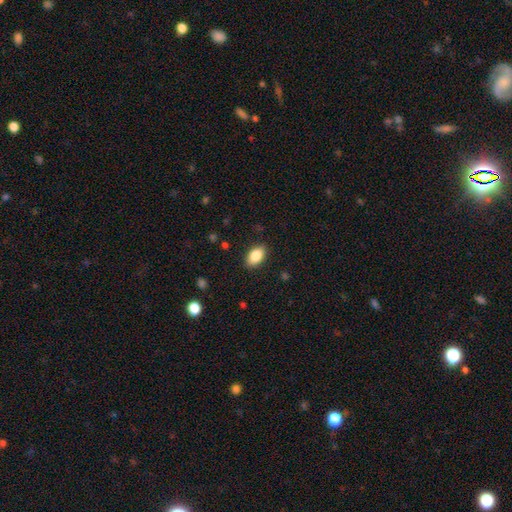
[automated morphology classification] type=smooth (85%); roundness=in between (91%); merging=none (88%).